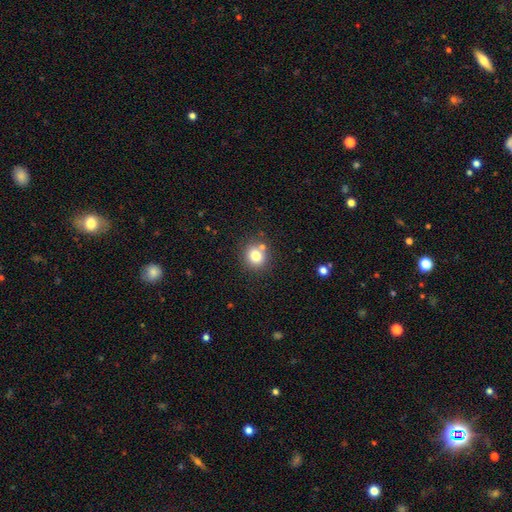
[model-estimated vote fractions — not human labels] smooth_or_featured: smooth (p=0.79) [alt: star or artifact p=0.12]
how_rounded: round (p=0.85) [alt: in between p=0.14]
merging: none (p=0.76) [alt: merger p=0.11]